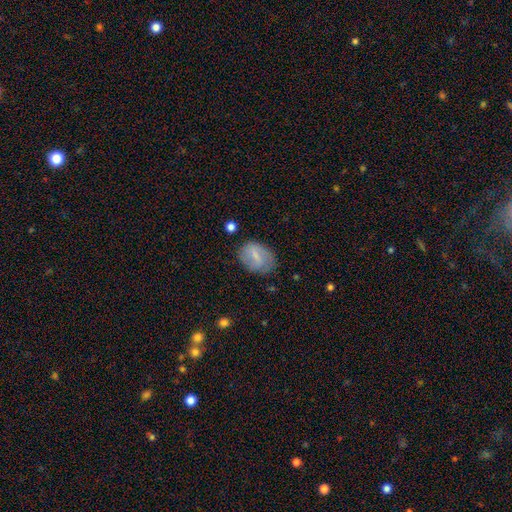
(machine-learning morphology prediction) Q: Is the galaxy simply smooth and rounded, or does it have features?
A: smooth — 58%.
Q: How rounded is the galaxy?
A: in between — 75%.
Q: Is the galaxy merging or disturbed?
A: none — 71%.